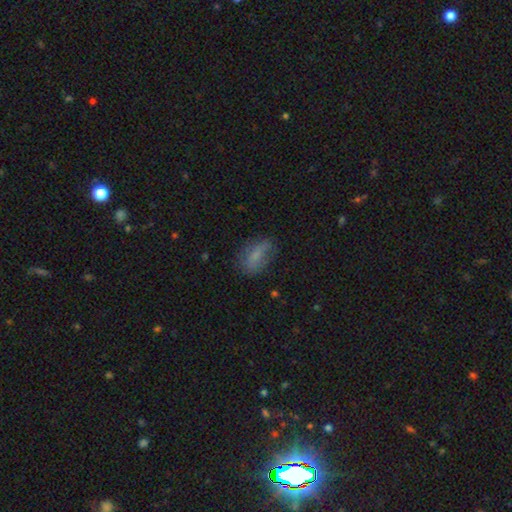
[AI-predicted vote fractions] smooth 70%, featured or disk 20%, star or artifact 10%. Down the decision tree: how rounded — in between (83%); merging — none (61%).